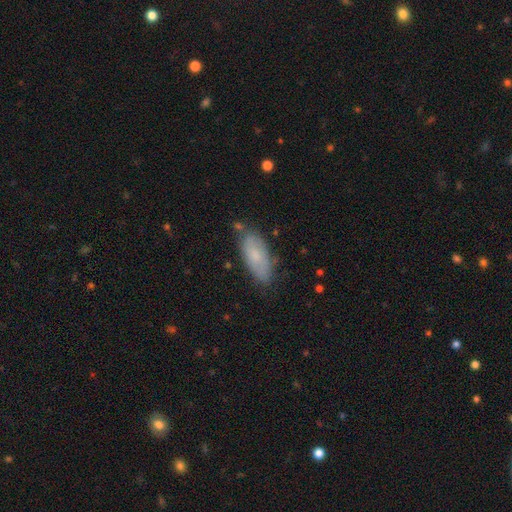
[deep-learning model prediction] A smooth galaxy with no disk features (68%) that is in between round and cigar-shaped (82%). Merging: none (71%).